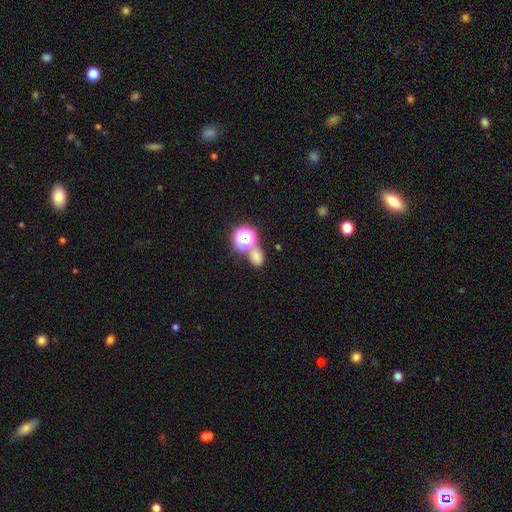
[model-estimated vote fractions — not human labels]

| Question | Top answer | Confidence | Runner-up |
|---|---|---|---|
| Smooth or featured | smooth | 68% | star or artifact (24%) |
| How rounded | in between | 57% | round (41%) |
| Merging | none | 59% | merger (25%) |